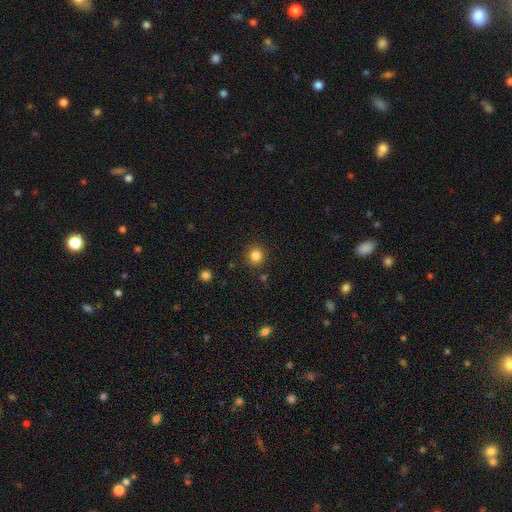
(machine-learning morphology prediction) Smooth or featured?
  - smooth: 84% *
  - star or artifact: 12%
  - featured or disk: 4%
How rounded?
  - round: 93% *
  - in between: 6%
  - cigar-shaped: 1%
Merging?
  - none: 89% *
  - minor disturbance: 6%
  - major disturbance: 2%
  - merger: 2%